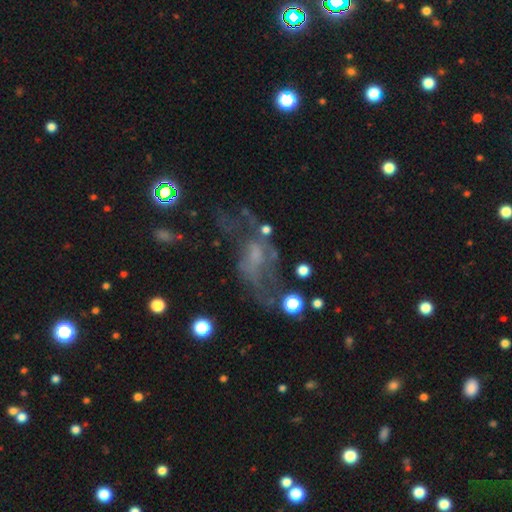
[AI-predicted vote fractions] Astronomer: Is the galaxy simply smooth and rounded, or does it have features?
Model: featured or disk — 59%.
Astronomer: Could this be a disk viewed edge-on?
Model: no — 94%.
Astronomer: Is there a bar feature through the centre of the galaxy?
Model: no — 68%.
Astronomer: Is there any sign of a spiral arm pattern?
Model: no — 53% (runner-up: yes, 47%).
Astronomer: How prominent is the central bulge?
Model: none — 45% (runner-up: small, 27%).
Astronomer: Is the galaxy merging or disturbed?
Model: major disturbance — 40% (runner-up: none, 35%).